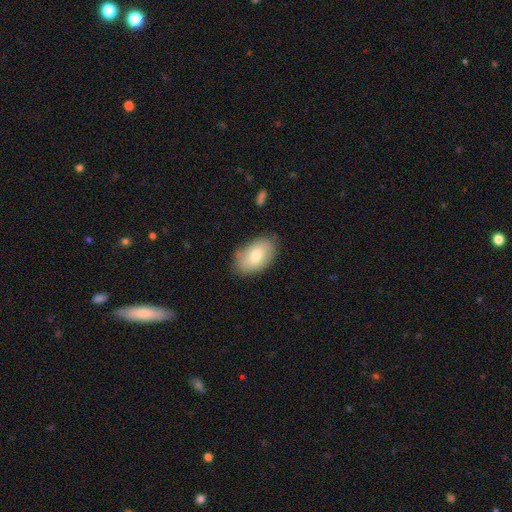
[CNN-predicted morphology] smooth 73%, featured or disk 20%, star or artifact 7%. Down the decision tree: how rounded — in between (92%); merging — none (79%).